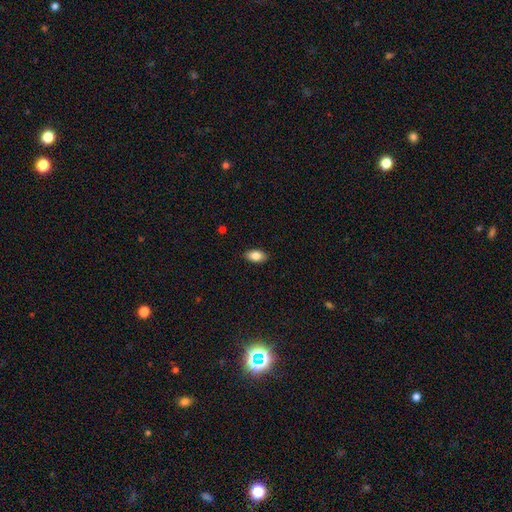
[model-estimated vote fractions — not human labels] smooth-or-featured: smooth: 84% | featured or disk: 9% | star or artifact: 7%
  how-rounded: in between: 92% | round: 5% | cigar-shaped: 3%
  merging: none: 89% | minor disturbance: 8% | major disturbance: 2% | merger: 1%